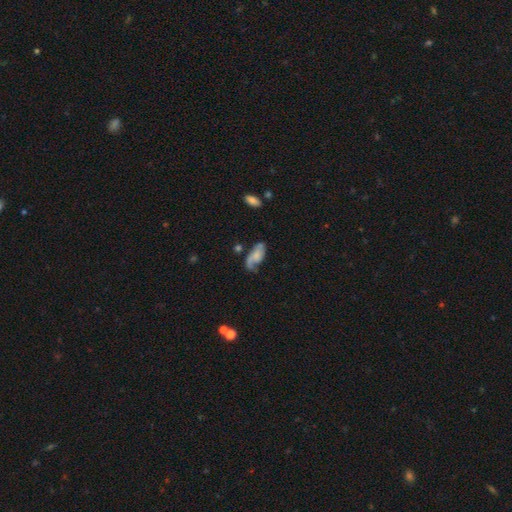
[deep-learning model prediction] This is possibly a featured or disk galaxy (56%). It is clearly not viewed edge-on (94%). Bar: likely no (68%). Spiral arm pattern: clearly yes (86%). Central bulge: marginally small (37%). Merging: possibly none (47%).